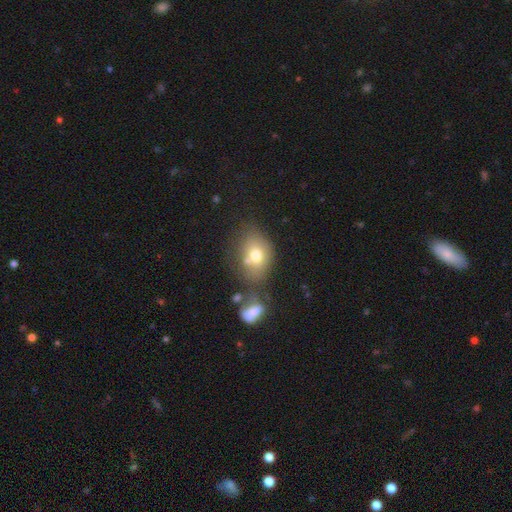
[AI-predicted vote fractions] Smooth or featured? Predicted: smooth (p=0.72). How rounded? Predicted: in between (p=0.65). Merging? Predicted: none (p=0.46).